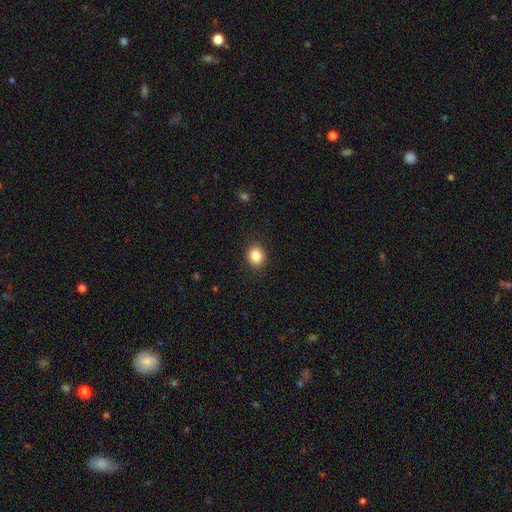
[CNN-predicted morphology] smooth_or_featured: smooth (p=0.85) [alt: star or artifact p=0.10]
how_rounded: round (p=0.68) [alt: in between p=0.31]
merging: none (p=0.90) [alt: minor disturbance p=0.07]